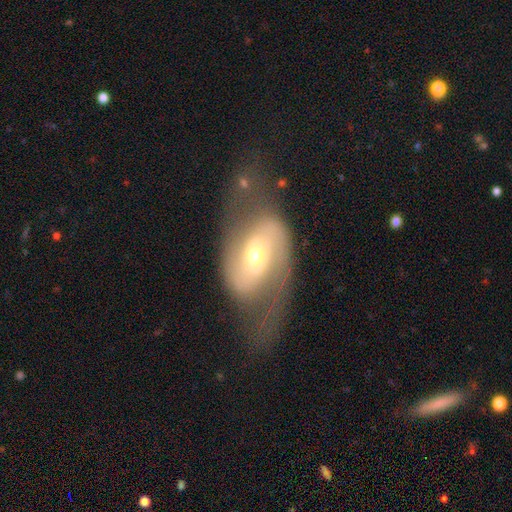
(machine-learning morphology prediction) Overall: featured or disk (81%). Edge-on disk: no (95%). Bar: weak (37%; no 35%). Spiral arms: yes (90%). Spiral arm count: 2 (88%). Spiral winding: loose (43%; medium 41%). Bulge size: small (49%; moderate 44%). Merging: none (57%; major disturbance 22%).